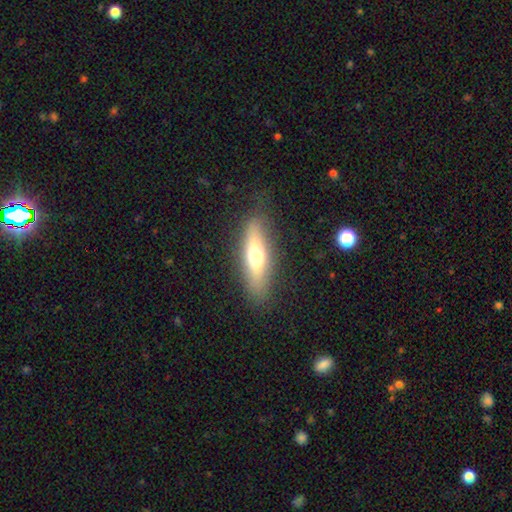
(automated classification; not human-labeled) Overall: smooth (54%; featured or disk 39%). How rounded: cigar-shaped (58%; in between 39%). Merging: none (84%).